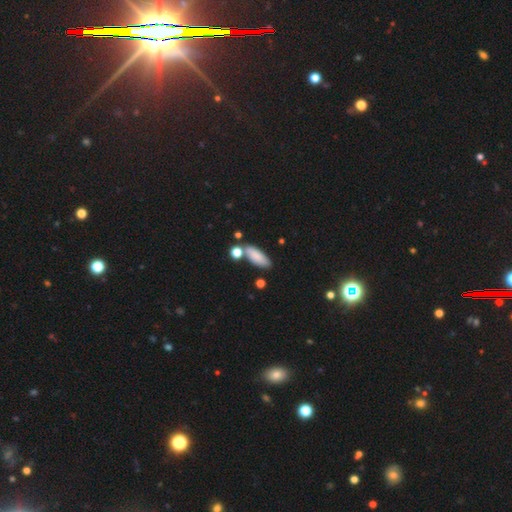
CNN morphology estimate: smooth-or-featured: smooth: 84% | featured or disk: 9% | star or artifact: 8%
  how-rounded: in between: 71% | cigar-shaped: 26% | round: 3%
  merging: none: 67% | minor disturbance: 15% | merger: 14% | major disturbance: 4%